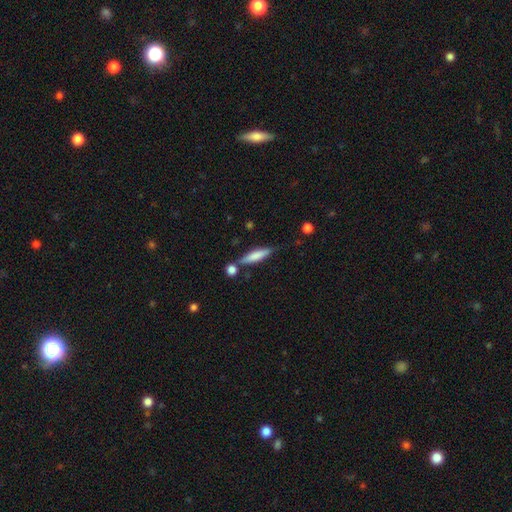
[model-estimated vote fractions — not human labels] Morphology: type=smooth (64%); roundness=cigar-shaped (81%); merging=none (70%).